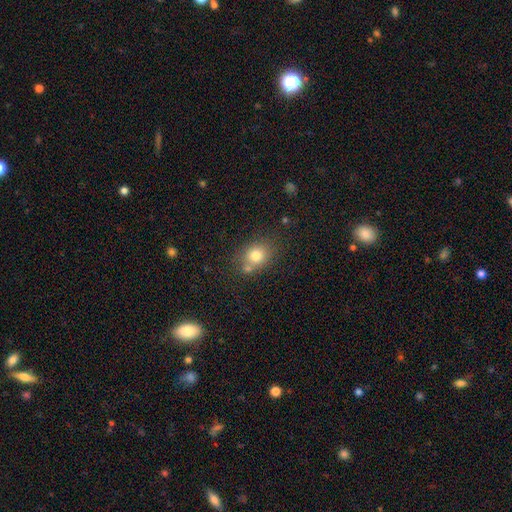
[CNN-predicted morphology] The model was most divided on "how rounded": round: 54%, in between: 45%, cigar-shaped: 1%. More confident: smooth or featured — smooth (77%); merging — none (64%).